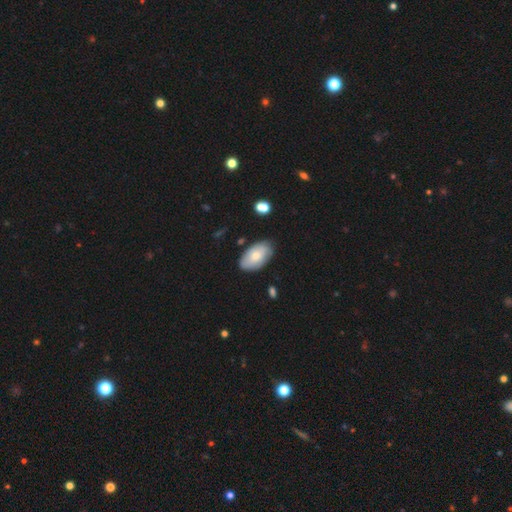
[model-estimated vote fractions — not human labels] A smooth galaxy with no disk features (67%) that is in between round and cigar-shaped (94%).

Vote fractions:
- Smooth or featured? smooth: 67% / featured or disk: 27% / star or artifact: 6%
- How rounded? in between: 94% / round: 5% / cigar-shaped: 2%
- Merging? none: 78% / minor disturbance: 17% / major disturbance: 3% / merger: 2%